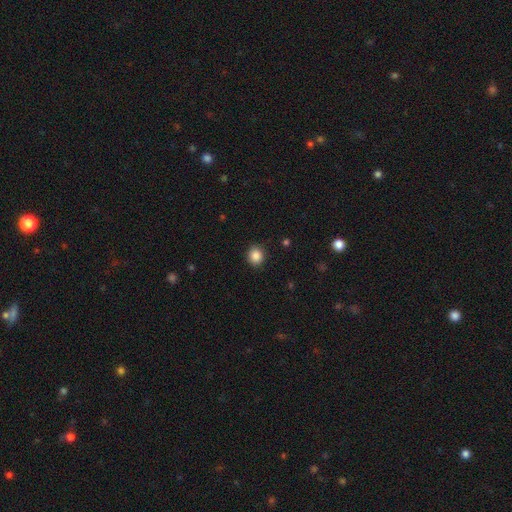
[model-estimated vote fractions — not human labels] smooth-or-featured: smooth: 87% | star or artifact: 10% | featured or disk: 3%
  how-rounded: round: 83% | in between: 16% | cigar-shaped: 1%
  merging: none: 89% | minor disturbance: 7% | major disturbance: 2% | merger: 1%